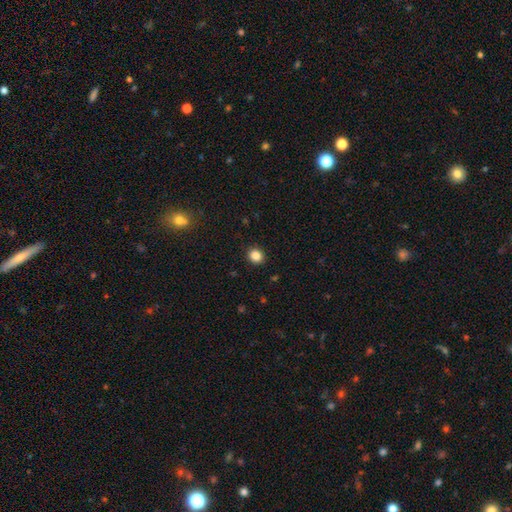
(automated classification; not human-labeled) Overall: smooth (86%). How rounded: round (78%). Merging: none (91%).